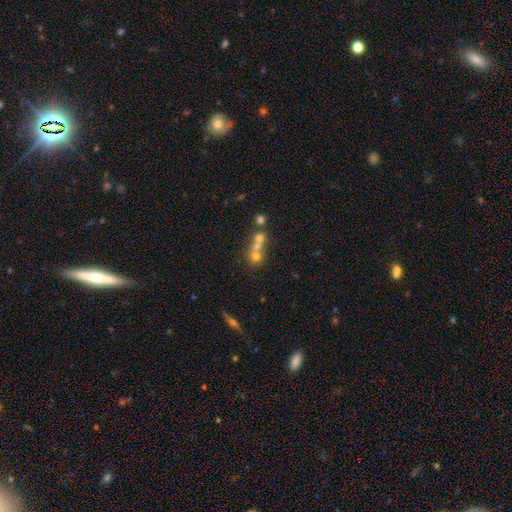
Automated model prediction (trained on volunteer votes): Smooth or featured? Predicted: smooth (p=0.62). How rounded? Predicted: round (p=0.83). Merging? Predicted: merger (p=0.55).